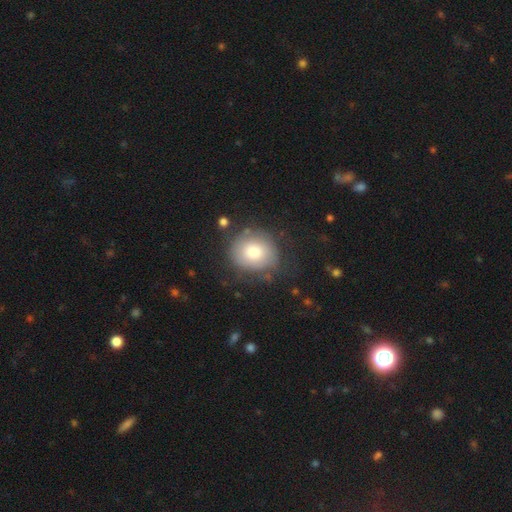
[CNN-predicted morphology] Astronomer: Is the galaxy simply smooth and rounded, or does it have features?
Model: smooth — 74%.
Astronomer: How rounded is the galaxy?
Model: round — 83%.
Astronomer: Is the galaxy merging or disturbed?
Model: none — 70%.